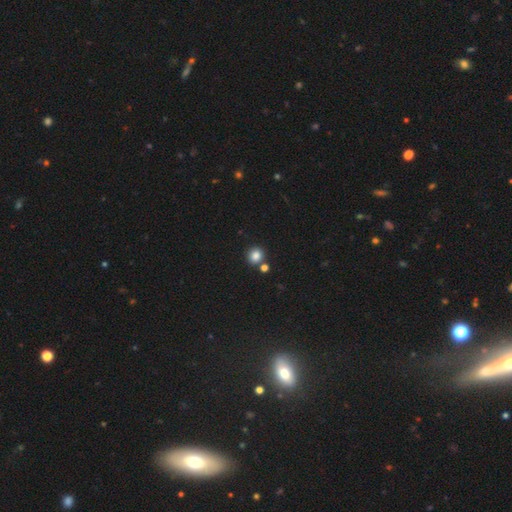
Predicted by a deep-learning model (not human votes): This appears to be a smooth galaxy with no disk features (84%) that is round (85%). Merging: none (77%).